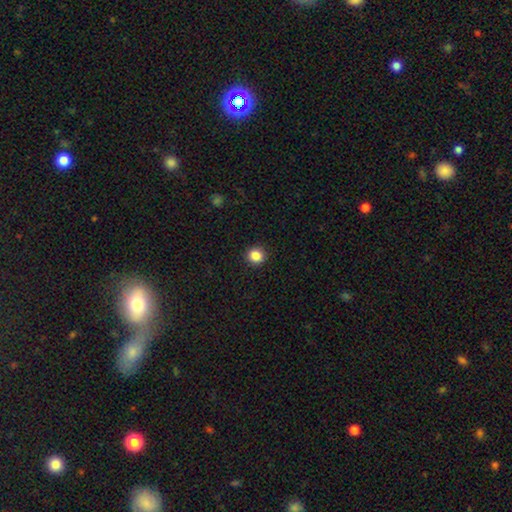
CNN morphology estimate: smooth-or-featured: smooth: 86% | star or artifact: 11% | featured or disk: 4%
  how-rounded: round: 90% | in between: 9% | cigar-shaped: 1%
  merging: none: 92% | minor disturbance: 5% | major disturbance: 2% | merger: 1%